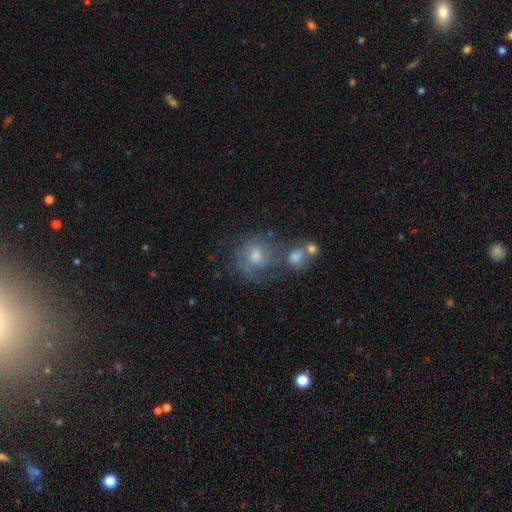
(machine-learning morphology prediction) featured or disk 55%, smooth 32%, star or artifact 14%. Down the decision tree: edge-on disk — no (97%); bar — no (61%); spiral arms — yes (79%); bulge size — moderate (59%); merging — none (43%).